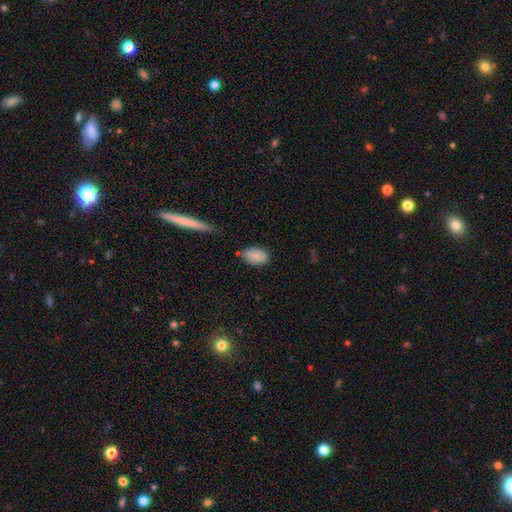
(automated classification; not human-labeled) Smooth or featured? Predicted: smooth (p=0.84). How rounded? Predicted: in between (p=0.91). Merging? Predicted: none (p=0.75).